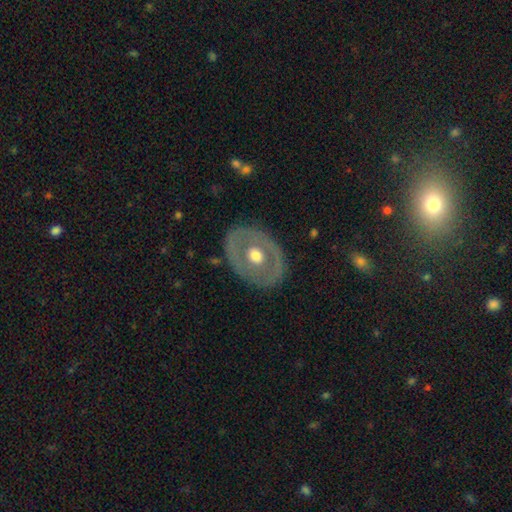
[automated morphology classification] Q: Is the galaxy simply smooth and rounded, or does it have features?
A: featured or disk — 57%.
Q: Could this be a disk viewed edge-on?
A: no — 92%.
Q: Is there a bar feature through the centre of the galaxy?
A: no — 87%.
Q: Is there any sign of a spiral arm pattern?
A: no — 89%.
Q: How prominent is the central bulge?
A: moderate — 71%.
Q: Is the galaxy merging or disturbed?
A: none — 82%.